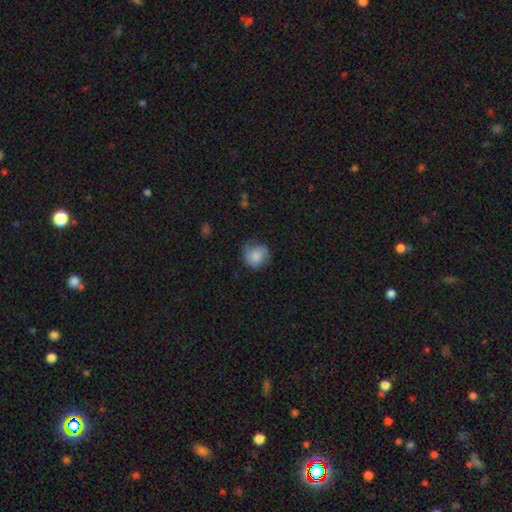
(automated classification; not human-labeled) This is likely a smooth galaxy (68%). How rounded: clearly round (82%). Merging: possibly none (60%).